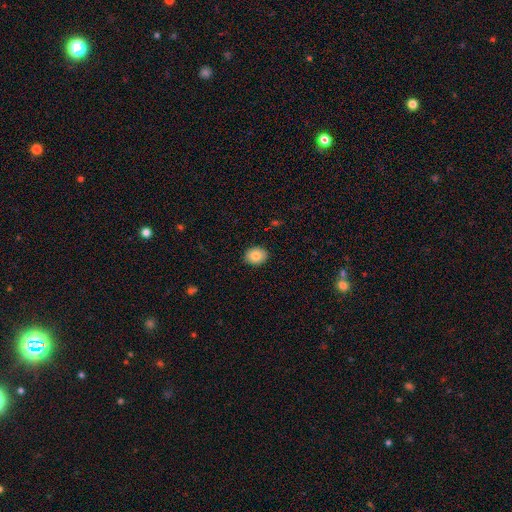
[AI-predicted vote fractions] Morphology: type=smooth (85%); roundness=in between (53%); merging=none (90%).